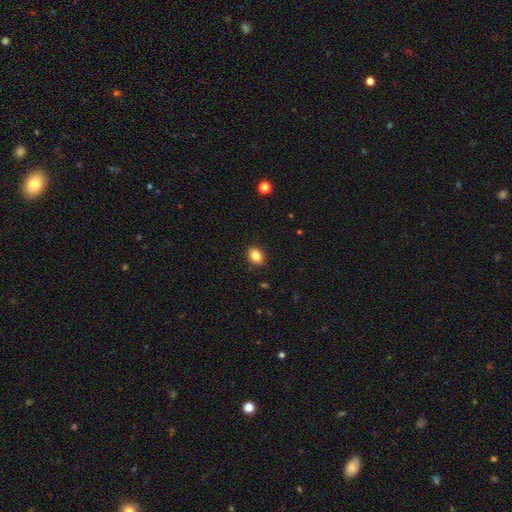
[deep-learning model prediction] Smooth or featured?
  - smooth: 85% *
  - star or artifact: 10%
  - featured or disk: 6%
How rounded?
  - in between: 66% *
  - round: 33%
  - cigar-shaped: 1%
Merging?
  - none: 89% *
  - minor disturbance: 8%
  - major disturbance: 2%
  - merger: 1%